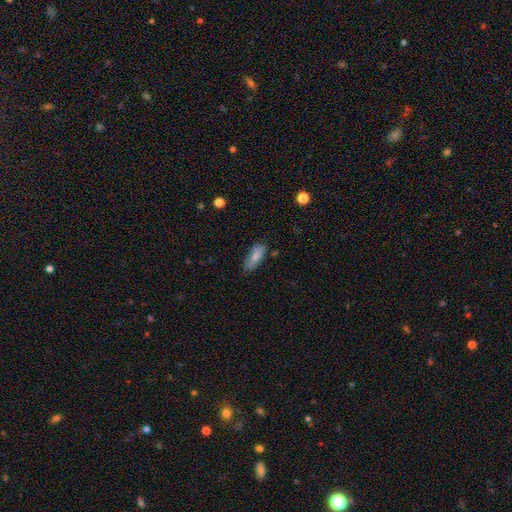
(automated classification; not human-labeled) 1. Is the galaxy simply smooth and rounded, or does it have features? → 80% smooth, 13% featured or disk, 7% star or artifact.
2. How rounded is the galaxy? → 66% in between, 31% cigar-shaped, 2% round.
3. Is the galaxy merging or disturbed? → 62% none, 26% minor disturbance, 7% major disturbance, 6% merger.